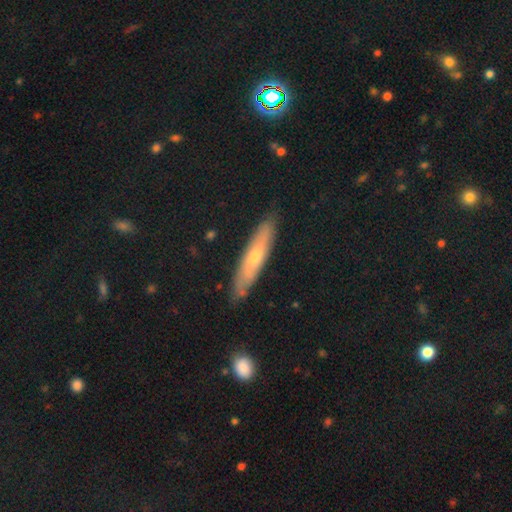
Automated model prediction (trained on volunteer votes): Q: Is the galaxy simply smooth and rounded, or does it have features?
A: smooth — 50%.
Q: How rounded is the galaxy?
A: cigar-shaped — 82%.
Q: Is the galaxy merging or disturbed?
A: none — 81%.